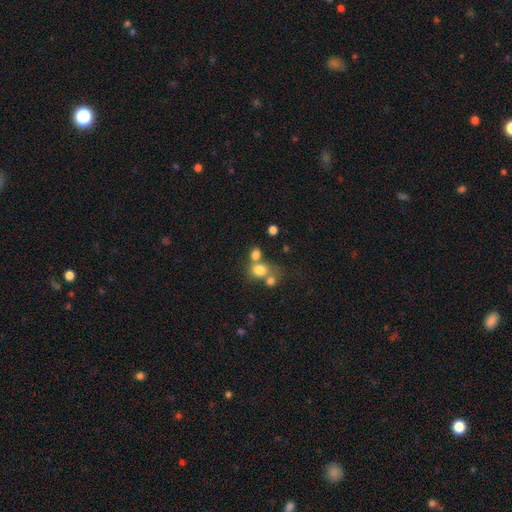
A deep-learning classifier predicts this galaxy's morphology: smooth 76%, star or artifact 13%, featured or disk 11%. Down the decision tree: how rounded — round (59%); merging — merger (42%, tied with none).